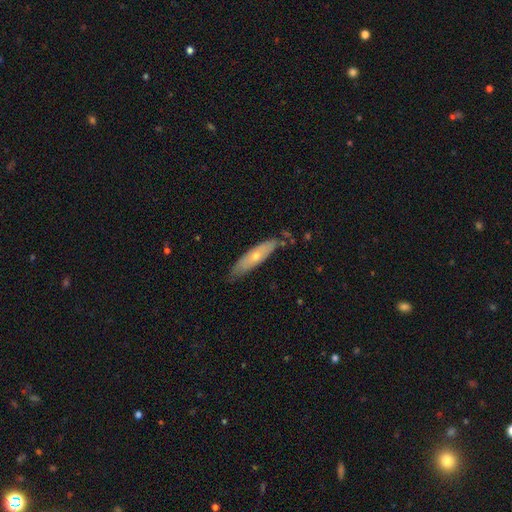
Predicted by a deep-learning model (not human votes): Smooth or featured? smooth (47%)
Merging? none (76%)